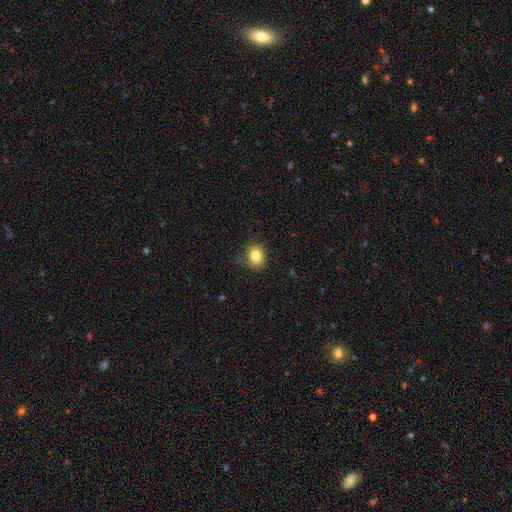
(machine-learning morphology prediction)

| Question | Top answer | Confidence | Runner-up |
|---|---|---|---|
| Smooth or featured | smooth | 82% | star or artifact (11%) |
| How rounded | round | 65% | in between (35%) |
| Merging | none | 75% | minor disturbance (20%) |